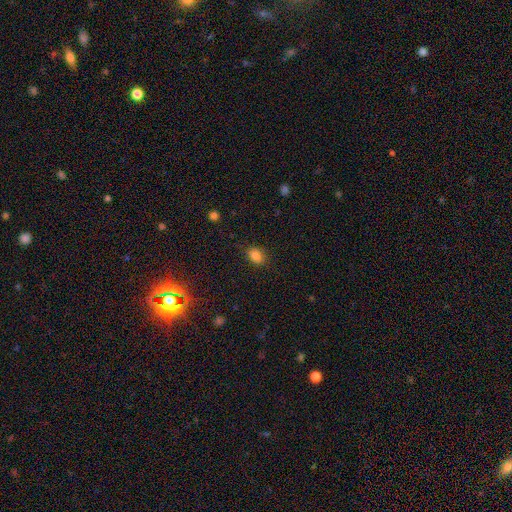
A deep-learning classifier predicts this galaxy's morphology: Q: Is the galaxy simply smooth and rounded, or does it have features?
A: smooth — 83%.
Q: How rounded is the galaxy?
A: in between — 69%.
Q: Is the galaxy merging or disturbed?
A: none — 84%.